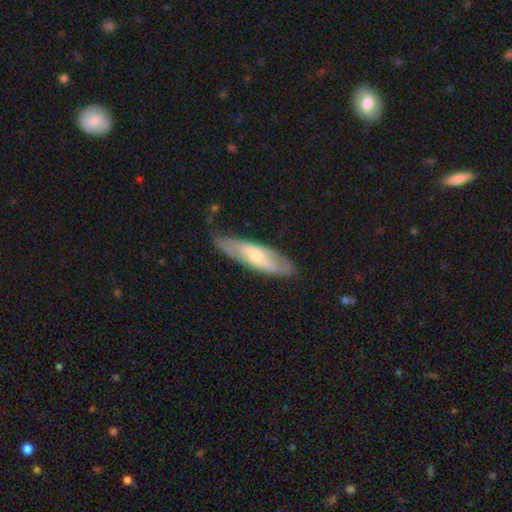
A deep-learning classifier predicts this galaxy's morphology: A featured or disk galaxy (55%).

Vote fractions:
- Smooth or featured? featured or disk: 55% / smooth: 40% / star or artifact: 5%
- Edge-on disk? no: 62% / yes: 38%
- Merging? none: 77% / minor disturbance: 17% / major disturbance: 4% / merger: 1%